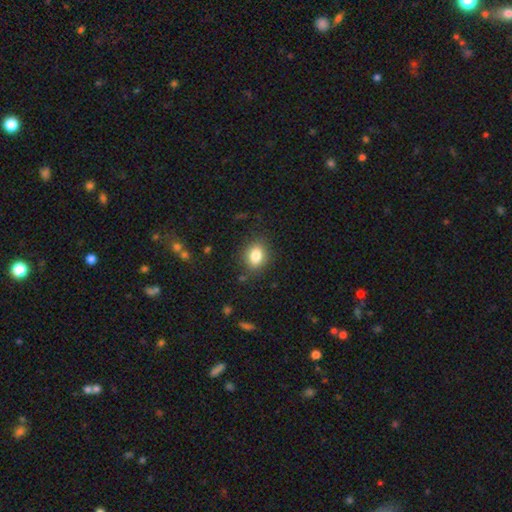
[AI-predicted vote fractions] Smooth or featured: smooth — 83% (star or artifact — 10%)
How rounded: in between — 55% (round — 44%)
Merging: none — 84% (minor disturbance — 11%)